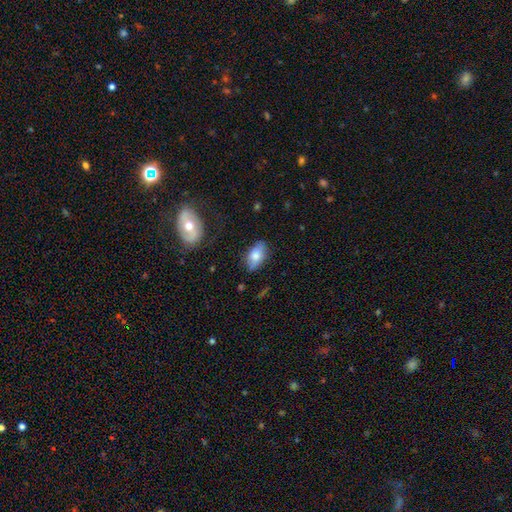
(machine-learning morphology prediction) Smooth or featured?
  - smooth: 73% *
  - featured or disk: 20%
  - star or artifact: 7%
How rounded?
  - in between: 91% *
  - round: 5%
  - cigar-shaped: 4%
Merging?
  - none: 76% *
  - minor disturbance: 18%
  - major disturbance: 4%
  - merger: 2%